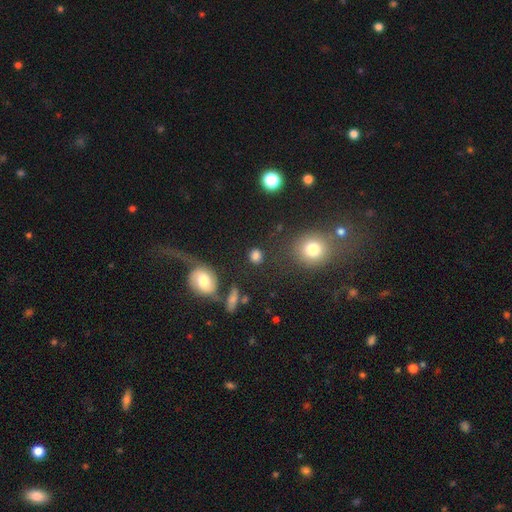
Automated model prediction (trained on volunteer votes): Smooth or featured?
  - smooth: 78% *
  - star or artifact: 13%
  - featured or disk: 9%
How rounded?
  - round: 78% *
  - in between: 20%
  - cigar-shaped: 2%
Merging?
  - none: 76% *
  - minor disturbance: 11%
  - merger: 7%
  - major disturbance: 6%